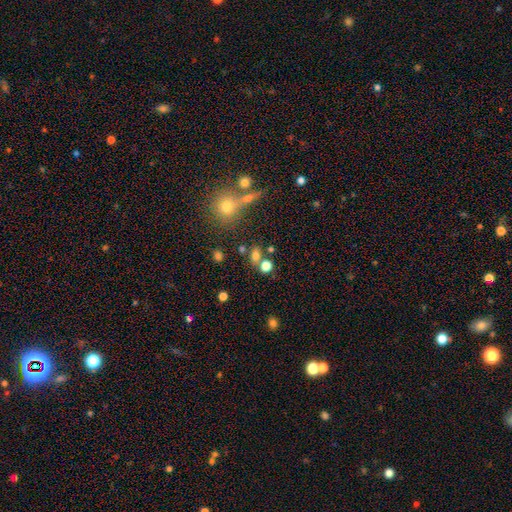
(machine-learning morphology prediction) Overall: smooth (70%). How rounded: in between (52%; round 44%). Merging: none (60%; merger 25%).